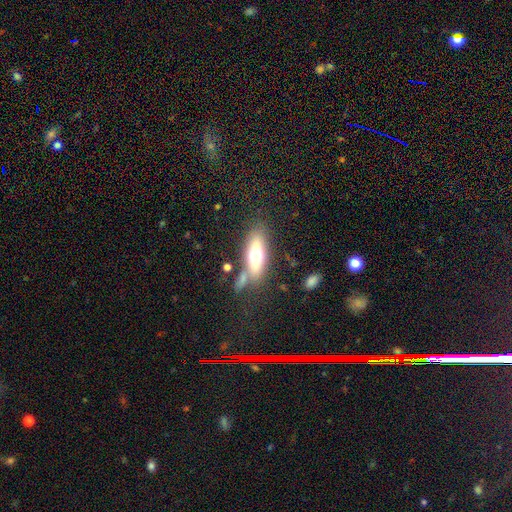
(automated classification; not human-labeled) Overall: smooth (60%; featured or disk 32%). How rounded: in between (64%; cigar-shaped 32%). Merging: none (67%).